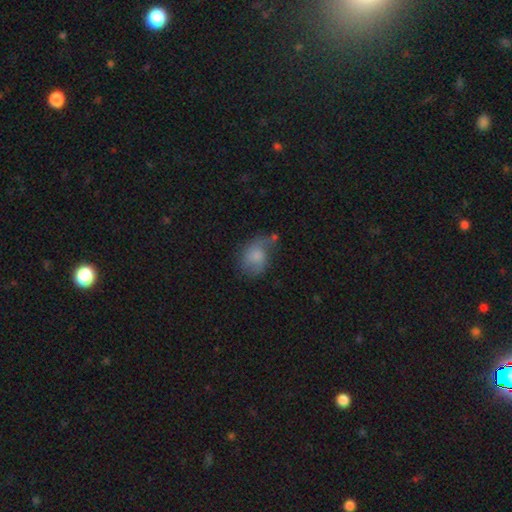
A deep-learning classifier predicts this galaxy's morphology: Smooth or featured? smooth (67%)
How rounded? in between (61%)
Merging? none (38%)